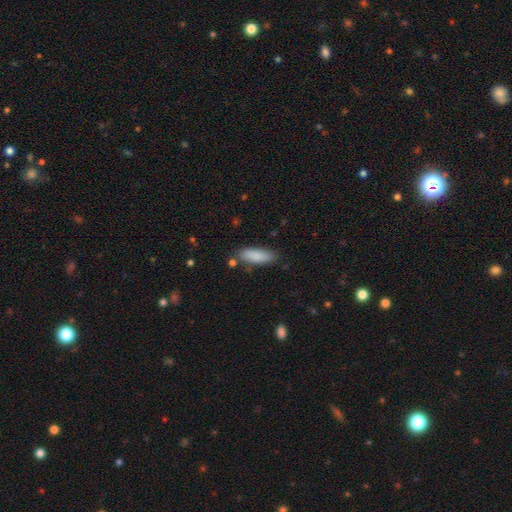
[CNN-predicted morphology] This appears to be a smooth galaxy with no disk features (87%) that is in between round and cigar-shaped (59%). Merging: none (78%).